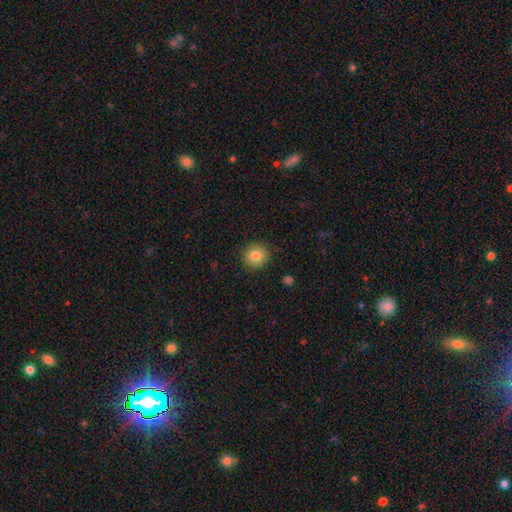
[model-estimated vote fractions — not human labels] A smooth galaxy with no disk features (83%) that is round (90%). Merging: none (90%).